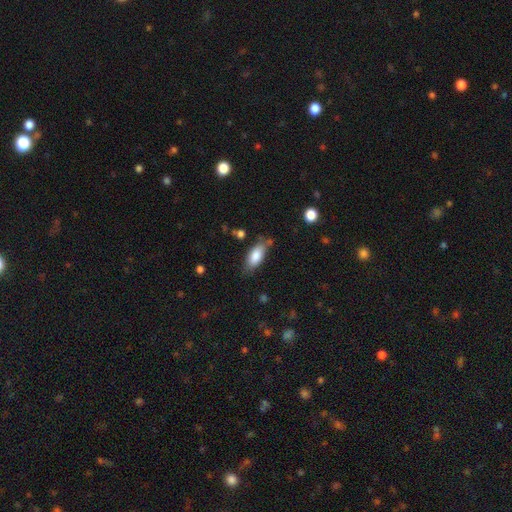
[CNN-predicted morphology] Smooth or featured: smooth — 82% (featured or disk — 12%)
How rounded: in between — 83% (cigar-shaped — 15%)
Merging: none — 69% (minor disturbance — 21%)